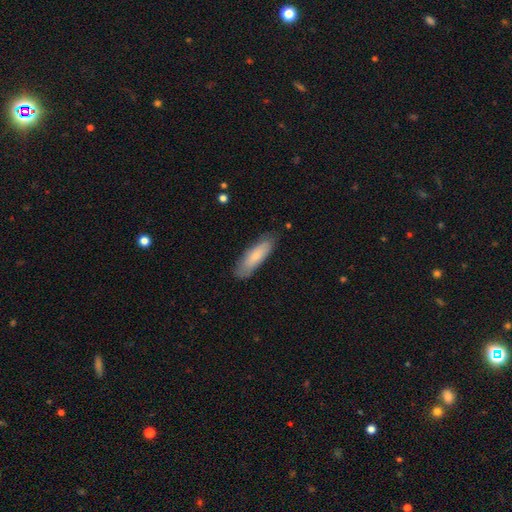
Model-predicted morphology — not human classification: This appears to be a smooth galaxy with no disk features (73%) that is cigar-shaped (55%). Merging: none (79%).